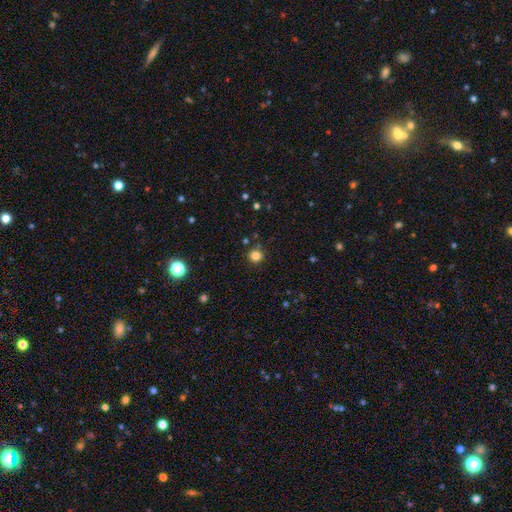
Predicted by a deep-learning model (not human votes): smooth-or-featured: smooth: 82% | star or artifact: 14% | featured or disk: 4%
  how-rounded: round: 94% | in between: 5% | cigar-shaped: 1%
  merging: none: 88% | minor disturbance: 7% | merger: 3% | major disturbance: 2%